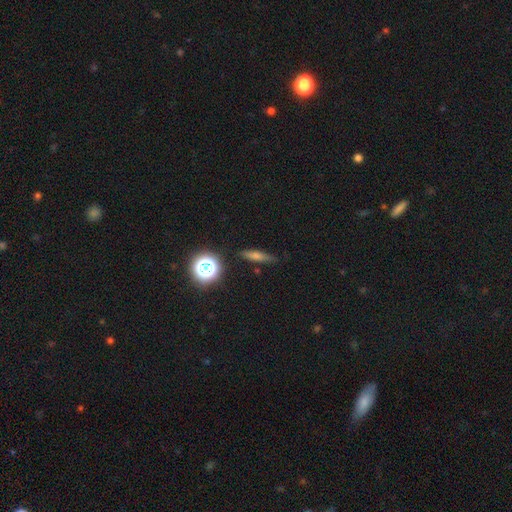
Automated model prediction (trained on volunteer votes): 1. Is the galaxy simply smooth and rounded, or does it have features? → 50% smooth, 31% featured or disk, 19% star or artifact.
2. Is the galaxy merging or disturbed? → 85% none, 11% minor disturbance, 3% major disturbance, 2% merger.